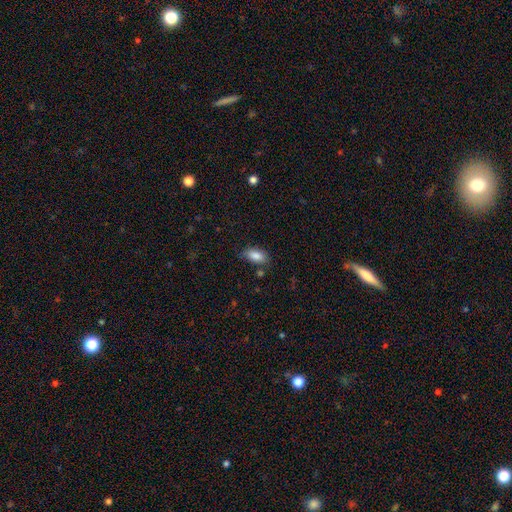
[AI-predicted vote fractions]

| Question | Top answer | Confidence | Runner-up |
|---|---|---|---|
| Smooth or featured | smooth | 86% | star or artifact (7%) |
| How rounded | in between | 91% | cigar-shaped (5%) |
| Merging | none | 74% | minor disturbance (18%) |